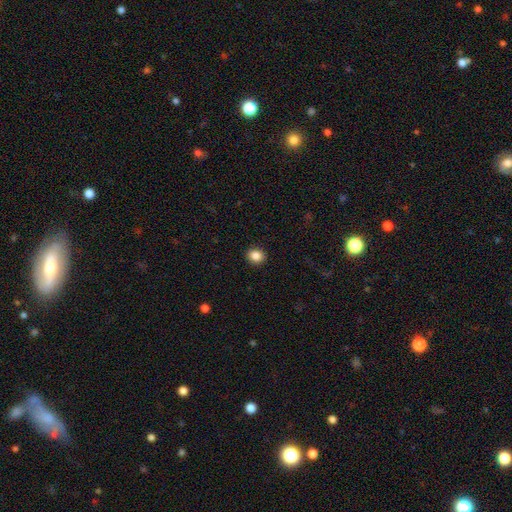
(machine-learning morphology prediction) Overall: smooth (86%). How rounded: round (72%). Merging: none (92%).